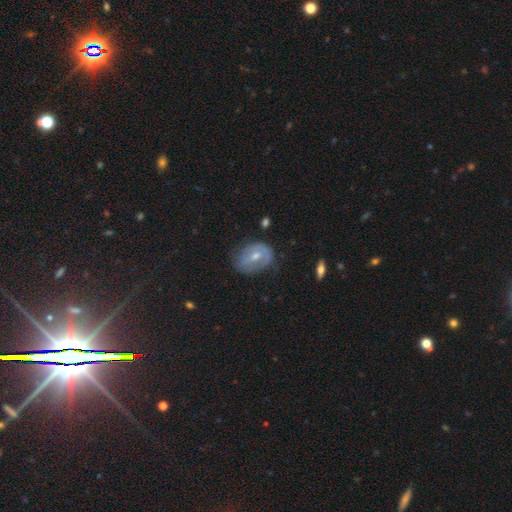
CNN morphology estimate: Smooth or featured?
  - featured or disk: 54% *
  - smooth: 39%
  - star or artifact: 7%
Edge-on disk?
  - no: 94% *
  - yes: 6%
Bar?
  - weak: 47% *
  - no: 36%
  - strong: 18%
Spiral arms?
  - yes: 58% *
  - no: 42%
Bulge size?
  - moderate: 56% *
  - small: 38%
  - large: 2%
  - none: 2%
  - dominant: 1%
Merging?
  - none: 56% *
  - minor disturbance: 30%
  - major disturbance: 12%
  - merger: 2%